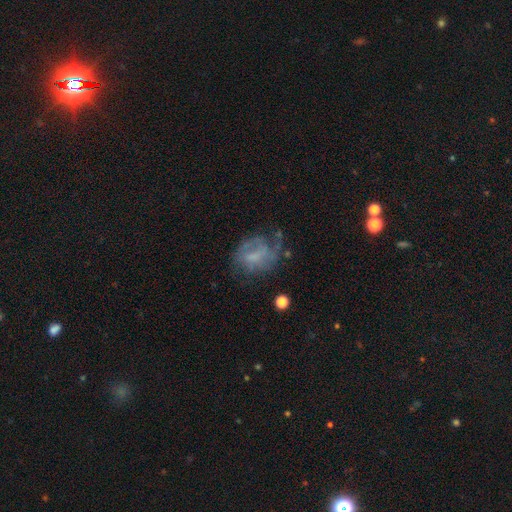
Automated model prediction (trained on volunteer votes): Smooth or featured? featured or disk (56%)
Edge-on disk? no (97%)
Bar? no (52%)
Spiral arms? yes (60%)
Bulge size? none (51%)
Merging? none (43%)